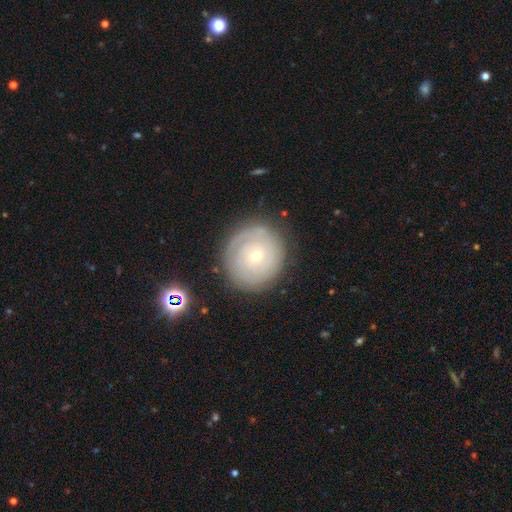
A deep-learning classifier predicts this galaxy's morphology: Smooth or featured? Predicted: featured or disk (p=0.65). Edge-on disk? Predicted: no (p=0.97). Bar? Predicted: no (p=0.81). Spiral arms? Predicted: yes (p=0.82). Spiral winding? Predicted: tight (p=0.81). Spiral arm count? Predicted: can't tell (p=0.47). Bulge size? Predicted: small (p=0.77). Merging? Predicted: none (p=0.82).